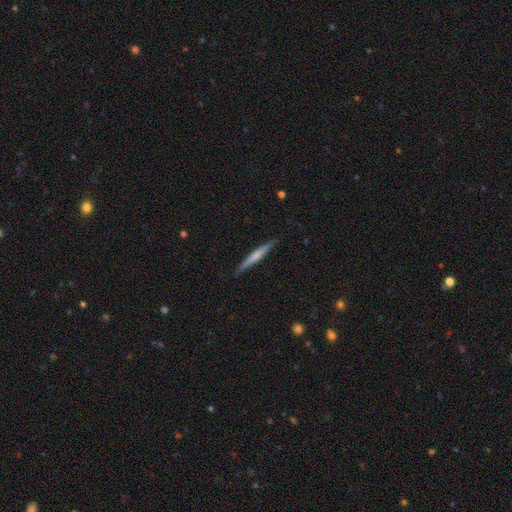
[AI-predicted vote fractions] Overall: featured or disk (52%; smooth 43%). Edge-on disk: yes (97%). Edge-on bulge: none (45%; rounded 43%). Merging: none (89%).